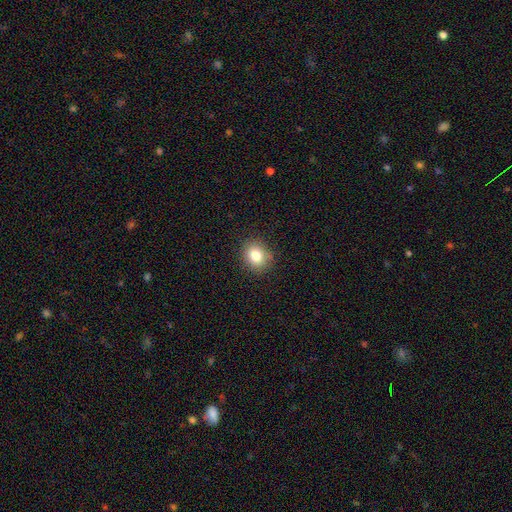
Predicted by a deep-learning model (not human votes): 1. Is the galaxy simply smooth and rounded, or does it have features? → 82% smooth, 11% star or artifact, 8% featured or disk.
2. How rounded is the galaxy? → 70% round, 29% in between, 1% cigar-shaped.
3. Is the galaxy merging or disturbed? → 87% none, 9% minor disturbance, 2% major disturbance, 1% merger.